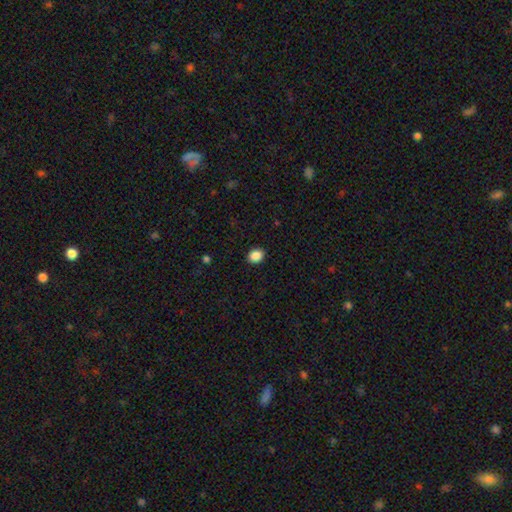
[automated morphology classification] Smooth or featured?
  - smooth: 88% *
  - star or artifact: 9%
  - featured or disk: 3%
How rounded?
  - round: 56% *
  - in between: 43%
  - cigar-shaped: 1%
Merging?
  - none: 91% *
  - minor disturbance: 6%
  - major disturbance: 2%
  - merger: 1%